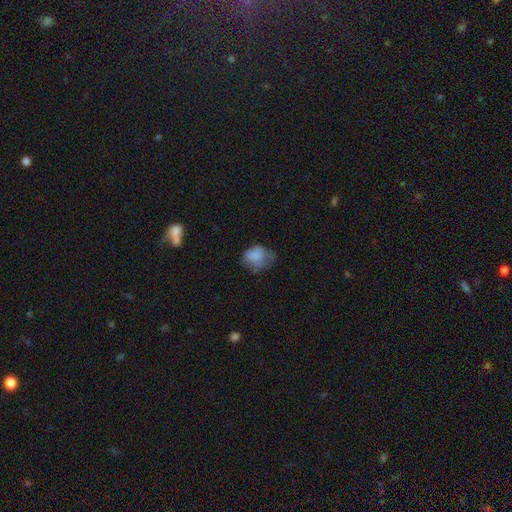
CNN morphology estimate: Smooth or featured? smooth (73%)
How rounded? in between (52%)
Merging? none (44%)